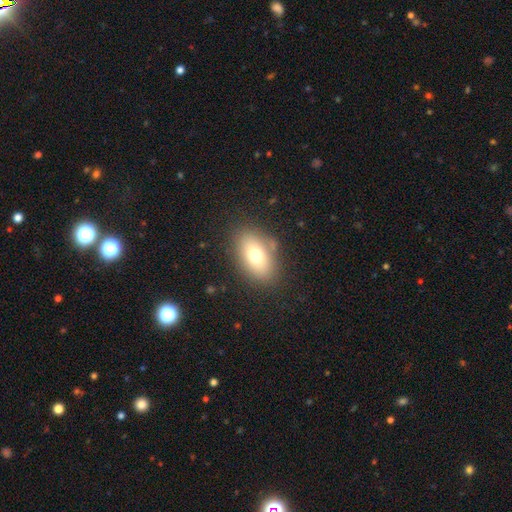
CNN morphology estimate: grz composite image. It shows a smooth galaxy with no disk features (72%) that is in between round and cigar-shaped (87%). Merging: none (80%).